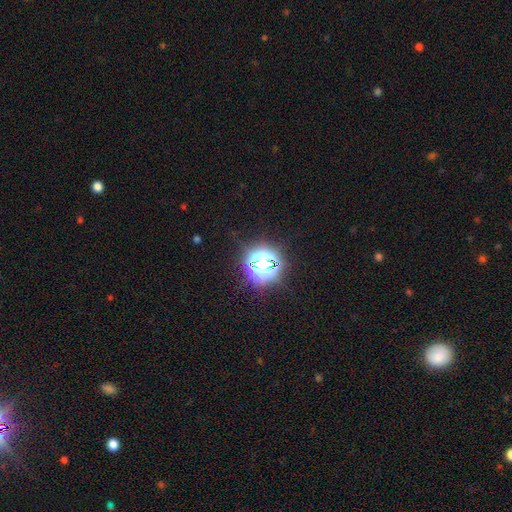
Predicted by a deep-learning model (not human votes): Smooth or featured?
  - star or artifact: 63% *
  - smooth: 26%
  - featured or disk: 11%